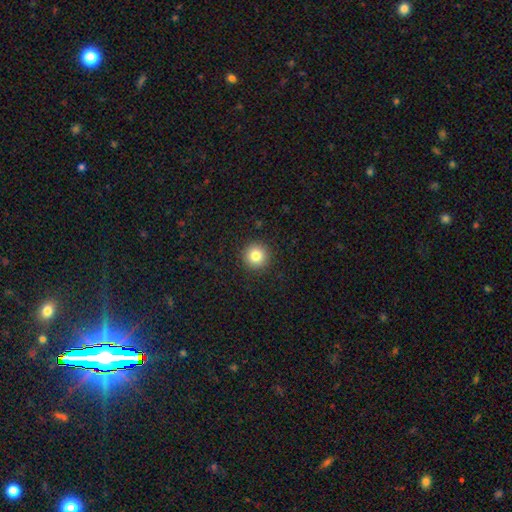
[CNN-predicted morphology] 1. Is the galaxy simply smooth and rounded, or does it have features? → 81% smooth, 11% star or artifact, 7% featured or disk.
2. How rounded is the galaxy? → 96% round, 3% in between, 1% cigar-shaped.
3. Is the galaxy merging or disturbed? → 92% none, 5% minor disturbance, 2% major disturbance, 1% merger.